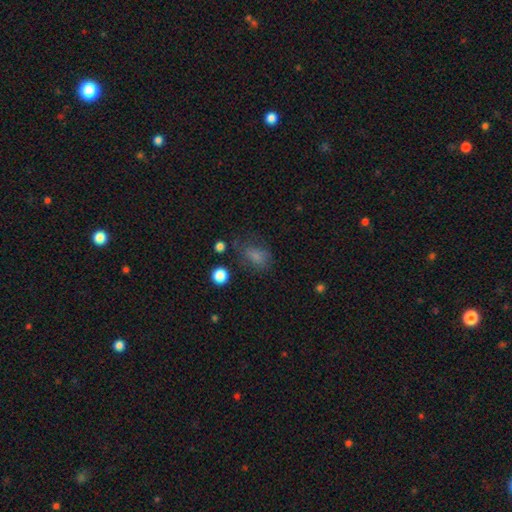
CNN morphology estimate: Smooth or featured? smooth (73%)
How rounded? in between (73%)
Merging? none (56%)